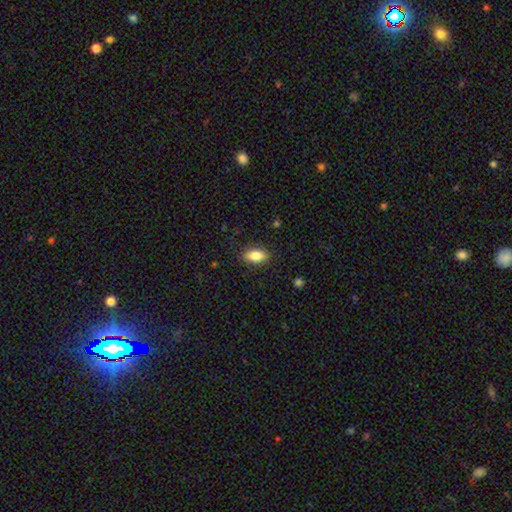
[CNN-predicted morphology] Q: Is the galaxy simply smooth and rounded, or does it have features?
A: smooth — 84%.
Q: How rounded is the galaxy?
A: in between — 89%.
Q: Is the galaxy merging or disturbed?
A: none — 86%.